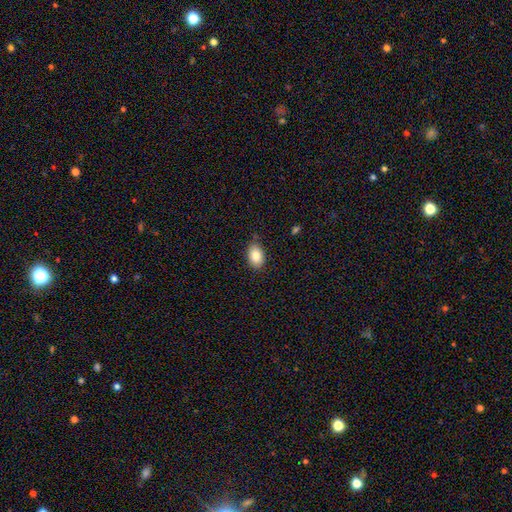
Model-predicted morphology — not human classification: Smooth or featured? smooth (85%)
How rounded? in between (87%)
Merging? none (82%)